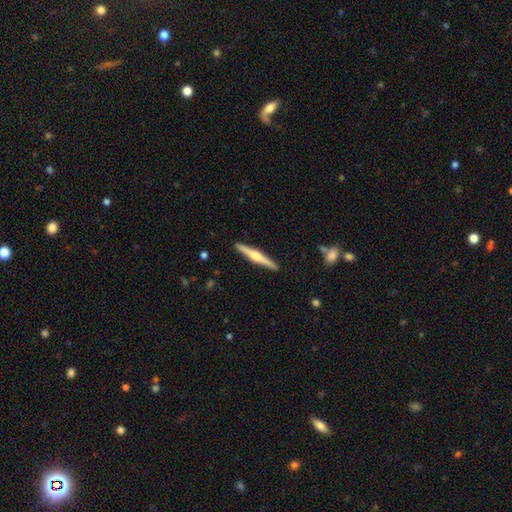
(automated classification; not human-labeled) Morphology: type=featured or disk (74%); edge-on=yes (98%); edge-on bulge=rounded (94%); merging=none (91%).